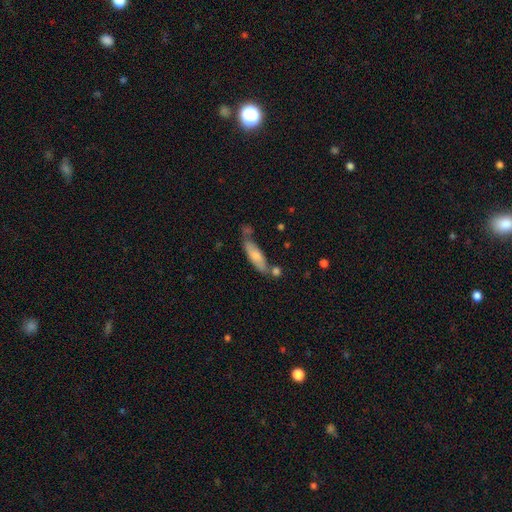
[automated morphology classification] smooth_or_featured: smooth (p=0.69) [alt: featured or disk p=0.25]
how_rounded: cigar-shaped (p=0.59) [alt: in between p=0.39]
merging: none (p=0.56) [alt: minor disturbance p=0.21]